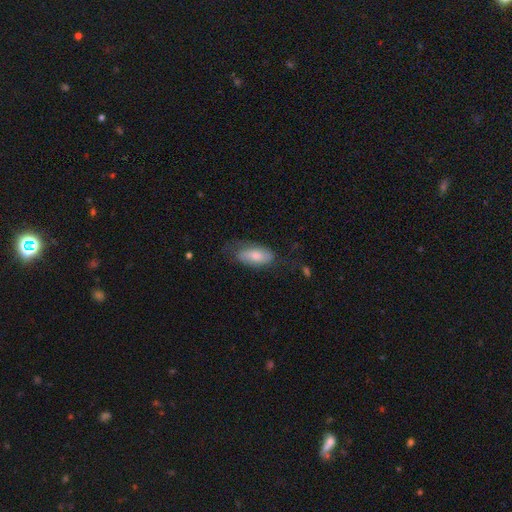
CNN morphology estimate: smooth 64%, featured or disk 29%, star or artifact 6%. Down the decision tree: how rounded — in between (88%); merging — none (56%).